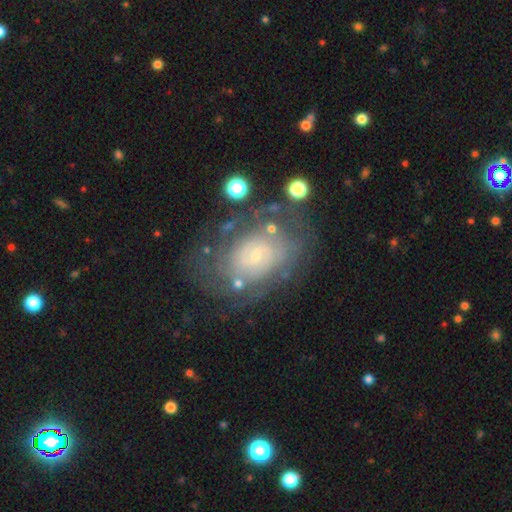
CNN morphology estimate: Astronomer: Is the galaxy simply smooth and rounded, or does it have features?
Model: featured or disk — 74%.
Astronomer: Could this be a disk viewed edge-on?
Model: no — 97%.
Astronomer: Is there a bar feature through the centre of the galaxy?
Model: no — 72%.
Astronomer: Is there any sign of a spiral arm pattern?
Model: yes — 82%.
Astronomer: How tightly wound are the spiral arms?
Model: tight — 68%.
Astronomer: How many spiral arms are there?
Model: can't tell — 56%.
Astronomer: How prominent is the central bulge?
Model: small — 78%.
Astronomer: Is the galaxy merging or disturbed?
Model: none — 64%.